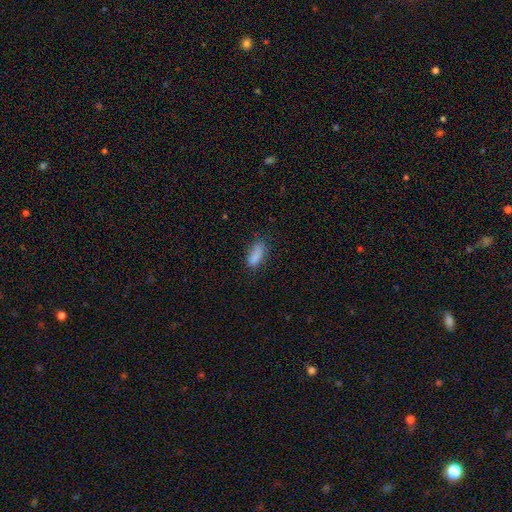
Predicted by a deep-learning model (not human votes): A smooth galaxy with no disk features (84%) that is in between round and cigar-shaped (76%). Merging: none (67%).